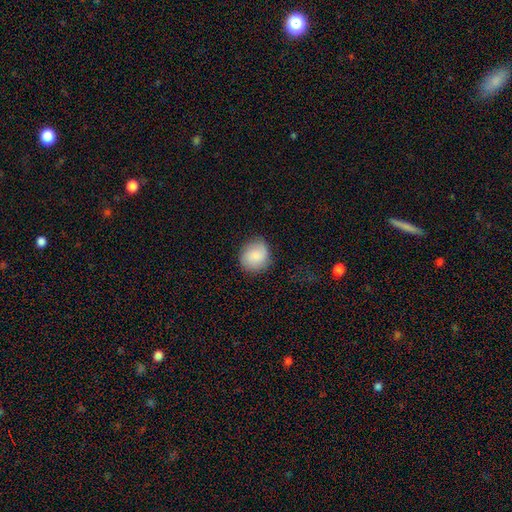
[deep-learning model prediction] smooth_or_featured: smooth (p=0.84) [alt: featured or disk p=0.09]
how_rounded: round (p=0.80) [alt: in between p=0.19]
merging: none (p=0.79) [alt: minor disturbance p=0.16]